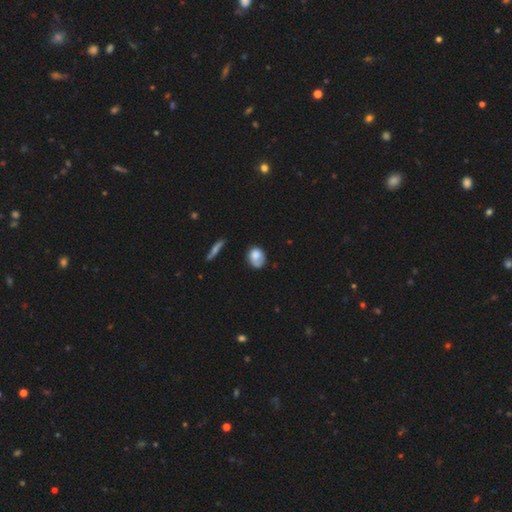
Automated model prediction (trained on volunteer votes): Smooth or featured? Predicted: smooth (p=0.74). How rounded? Predicted: in between (p=0.54). Merging? Predicted: none (p=0.50).